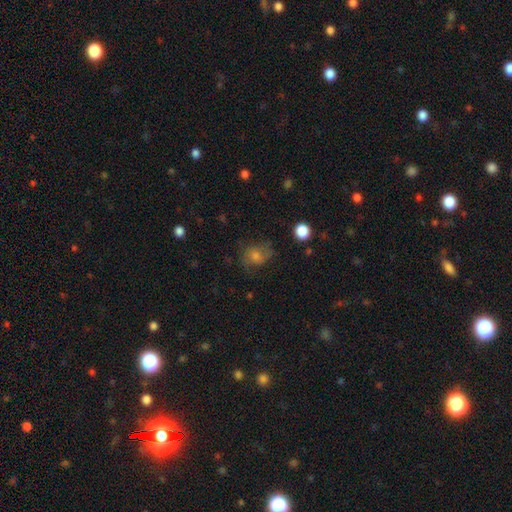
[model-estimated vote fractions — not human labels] Smooth or featured? smooth (52%)
How rounded? round (58%)
Merging? none (64%)